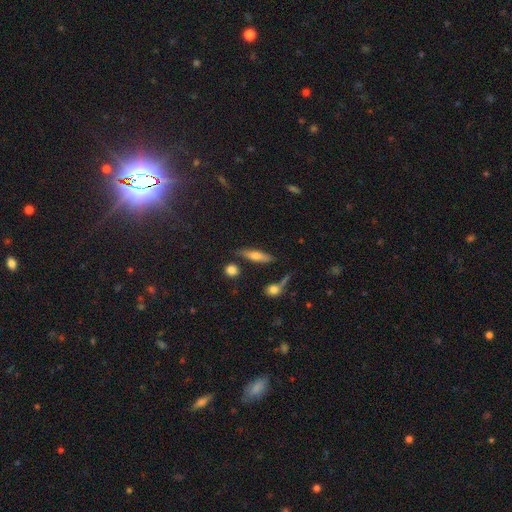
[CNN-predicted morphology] This appears to be a smooth galaxy with no disk features (55%) that is cigar-shaped (67%). Merging: none (75%).